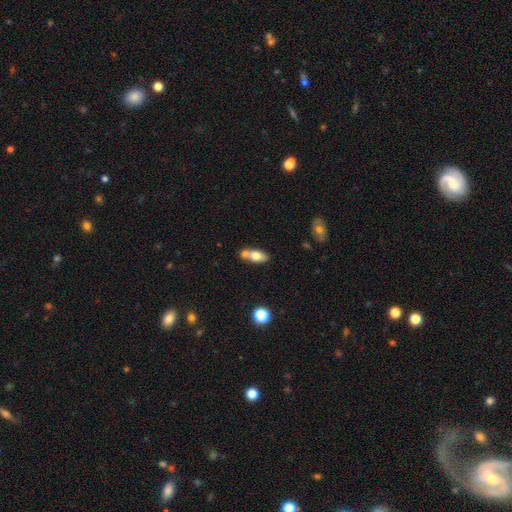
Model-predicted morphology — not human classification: Smooth or featured: smooth — 70% (featured or disk — 23%)
How rounded: in between — 80% (cigar-shaped — 13%)
Merging: merger — 43% (none — 41%)